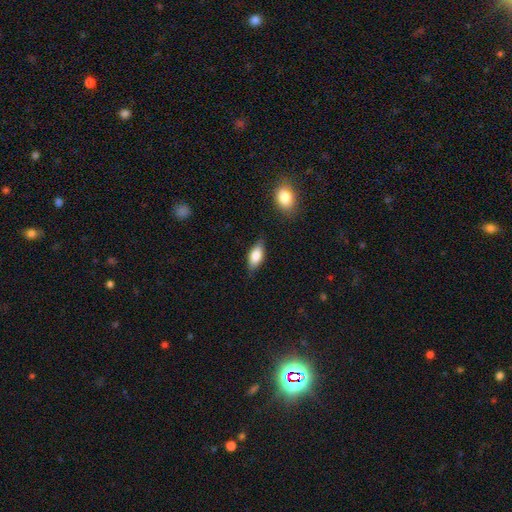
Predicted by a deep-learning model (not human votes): Q: Smooth or featured?
A: smooth (75%); runner-up: featured or disk (18%)
Q: How rounded?
A: in between (85%); runner-up: cigar-shaped (11%)
Q: Merging?
A: none (78%); runner-up: minor disturbance (17%)